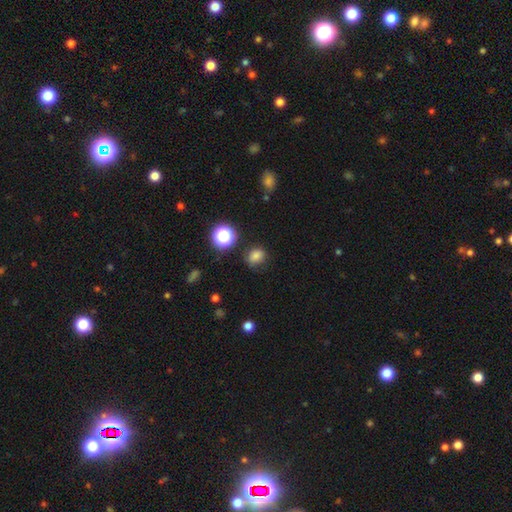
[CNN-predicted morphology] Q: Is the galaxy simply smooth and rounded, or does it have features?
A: smooth — 77%.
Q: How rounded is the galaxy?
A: round — 63%.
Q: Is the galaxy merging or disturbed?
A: none — 77%.